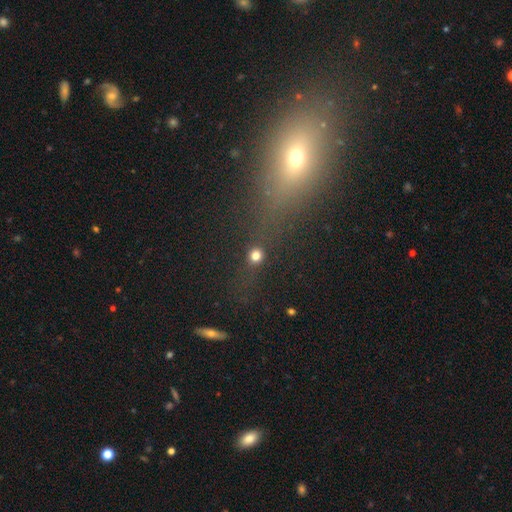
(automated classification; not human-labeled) Smooth or featured? smooth (74%)
How rounded? round (83%)
Merging? none (78%)